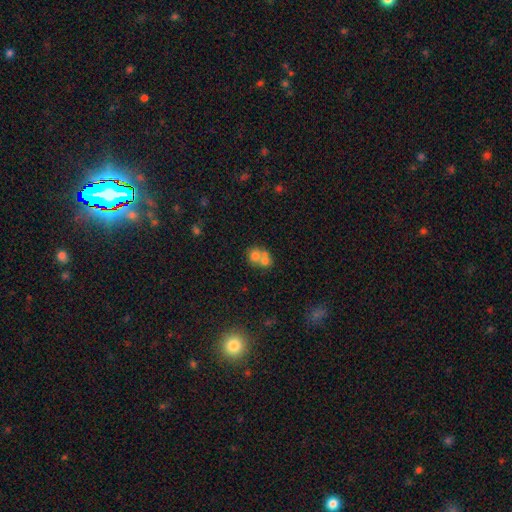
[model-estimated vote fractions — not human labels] Smooth or featured? Predicted: smooth (p=0.66). How rounded? Predicted: round (p=0.69). Merging? Predicted: merger (p=0.66).